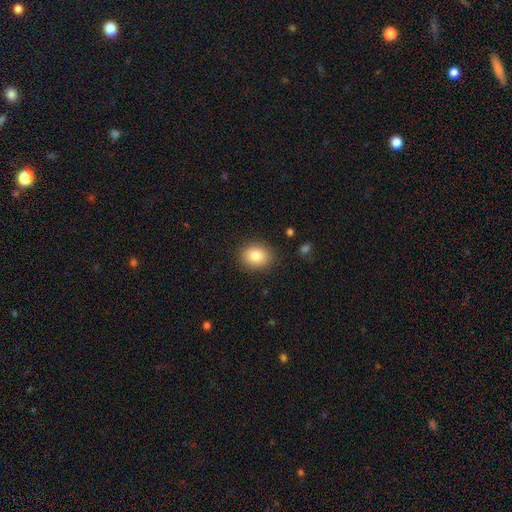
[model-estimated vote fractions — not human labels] A smooth galaxy with no disk features (84%) that is round (57%).

Vote fractions:
- Smooth or featured? smooth: 84% / star or artifact: 9% / featured or disk: 7%
- How rounded? round: 57% / in between: 42% / cigar-shaped: 1%
- Merging? none: 87% / minor disturbance: 9% / major disturbance: 3% / merger: 1%